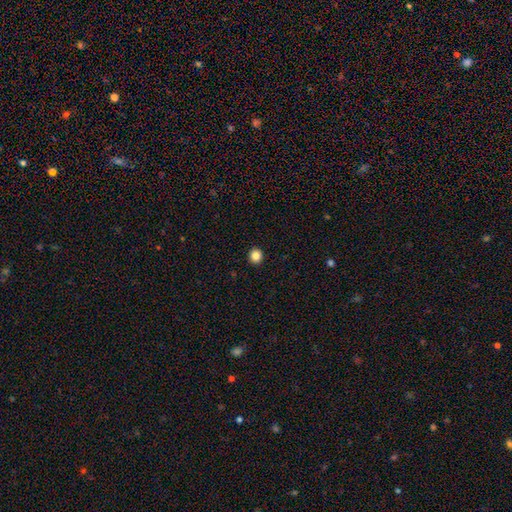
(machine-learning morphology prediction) smooth-or-featured: smooth: 84% | star or artifact: 11% | featured or disk: 4%
  how-rounded: round: 90% | in between: 9% | cigar-shaped: 1%
  merging: none: 94% | minor disturbance: 4% | major disturbance: 1% | merger: 1%